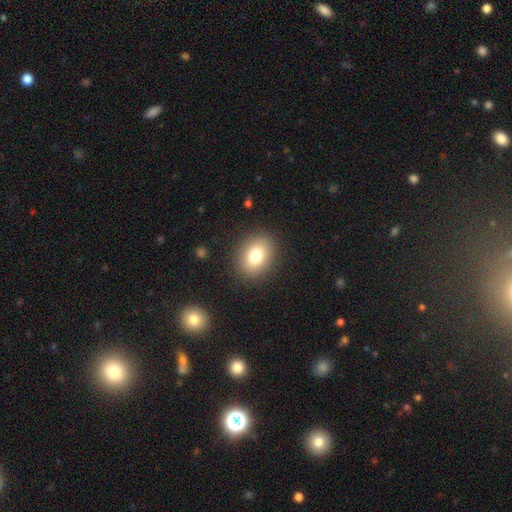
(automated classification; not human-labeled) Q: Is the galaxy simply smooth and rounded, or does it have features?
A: smooth — 78%.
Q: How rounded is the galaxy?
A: in between — 51%.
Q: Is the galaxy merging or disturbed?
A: none — 89%.